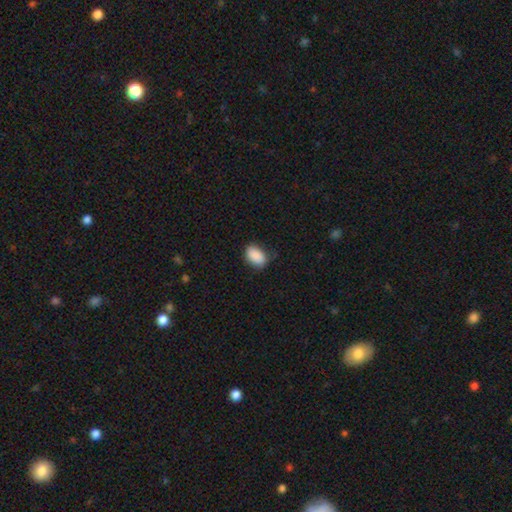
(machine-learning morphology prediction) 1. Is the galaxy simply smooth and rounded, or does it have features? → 89% smooth, 7% star or artifact, 4% featured or disk.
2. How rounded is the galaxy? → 89% in between, 10% round, 1% cigar-shaped.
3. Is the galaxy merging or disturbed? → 72% none, 22% minor disturbance, 4% major disturbance, 1% merger.